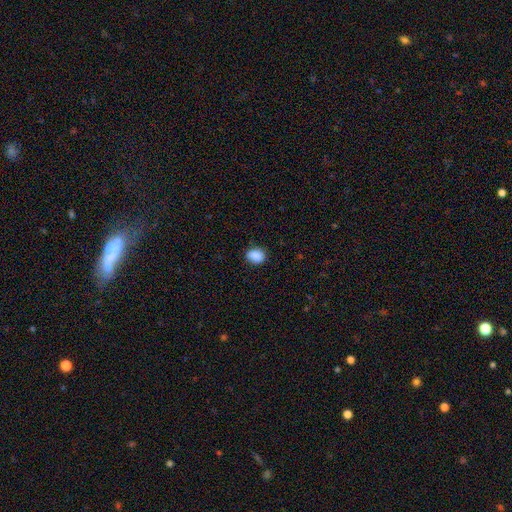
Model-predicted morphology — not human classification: type=smooth (85%); roundness=round (53%); merging=none (78%).